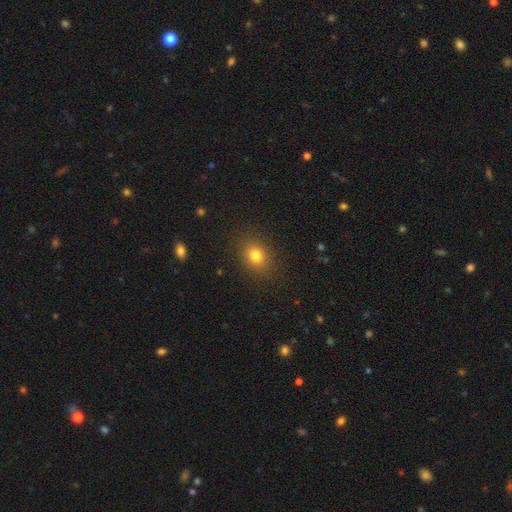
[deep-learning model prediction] Smooth or featured?
  - smooth: 79% *
  - star or artifact: 13%
  - featured or disk: 8%
How rounded?
  - round: 54% *
  - in between: 44%
  - cigar-shaped: 1%
Merging?
  - none: 87% *
  - minor disturbance: 9%
  - major disturbance: 3%
  - merger: 1%